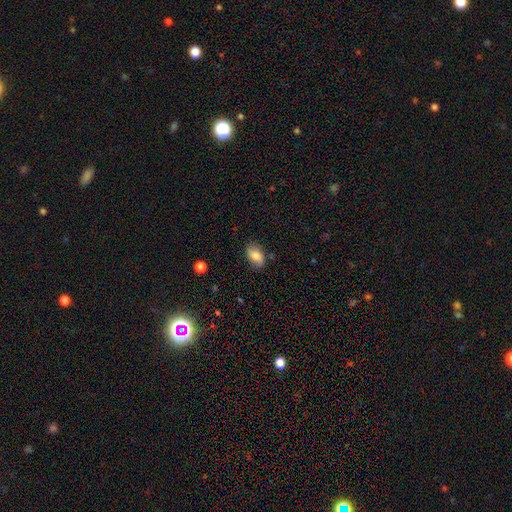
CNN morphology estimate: Q: Smooth or featured?
A: smooth (81%); runner-up: featured or disk (12%)
Q: How rounded?
A: in between (90%); runner-up: round (8%)
Q: Merging?
A: none (81%); runner-up: minor disturbance (15%)